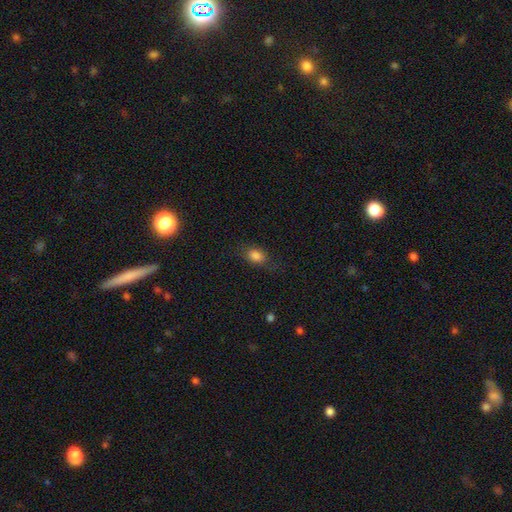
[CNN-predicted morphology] Smooth or featured?
  - smooth: 81% *
  - star or artifact: 11%
  - featured or disk: 8%
How rounded?
  - in between: 73% *
  - round: 23%
  - cigar-shaped: 3%
Merging?
  - none: 70% *
  - minor disturbance: 20%
  - major disturbance: 8%
  - merger: 2%